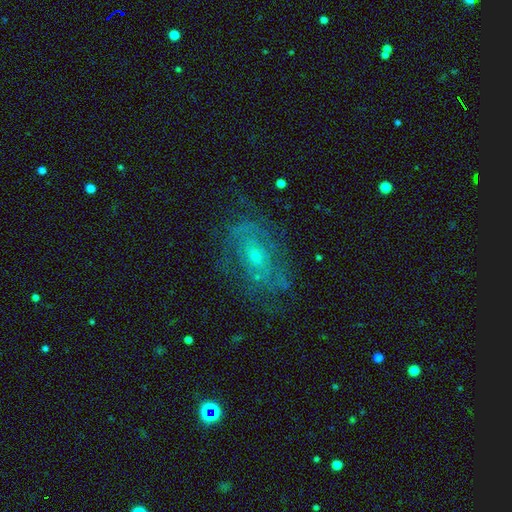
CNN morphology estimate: A featured or disk galaxy (70%) with no bar (69%), spiral arms (73%) and a small central bulge (68%).

Vote fractions:
- Smooth or featured? featured or disk: 70% / smooth: 20% / star or artifact: 10%
- Edge-on disk? no: 96% / yes: 4%
- Bar? no: 69% / weak: 26% / strong: 5%
- Spiral arms? yes: 73% / no: 27%
- Bulge size? small: 68% / moderate: 26% / none: 3% / large: 2% / dominant: 1%
- Merging? none: 63% / minor disturbance: 20% / major disturbance: 15% / merger: 2%